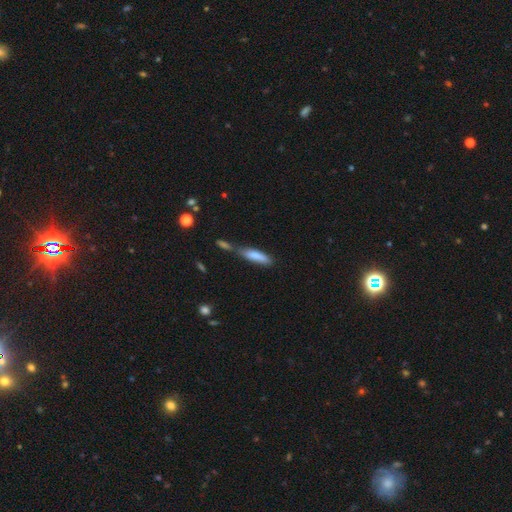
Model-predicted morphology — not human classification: Overall: smooth (76%). How rounded: cigar-shaped (71%). Merging: none (39%; merger 36%).